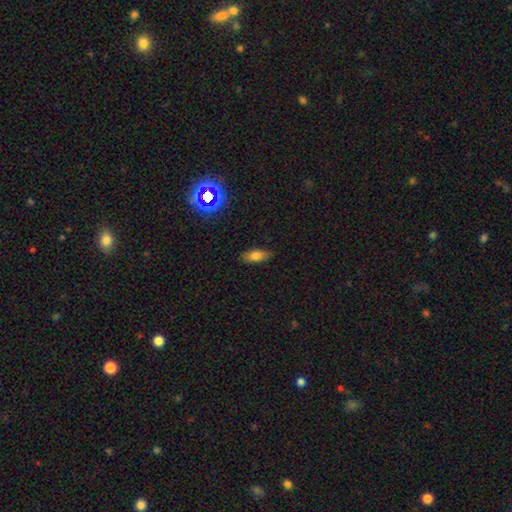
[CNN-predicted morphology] Q: Smooth or featured?
A: smooth (76%); runner-up: featured or disk (13%)
Q: How rounded?
A: in between (77%); runner-up: cigar-shaped (20%)
Q: Merging?
A: none (85%); runner-up: minor disturbance (11%)